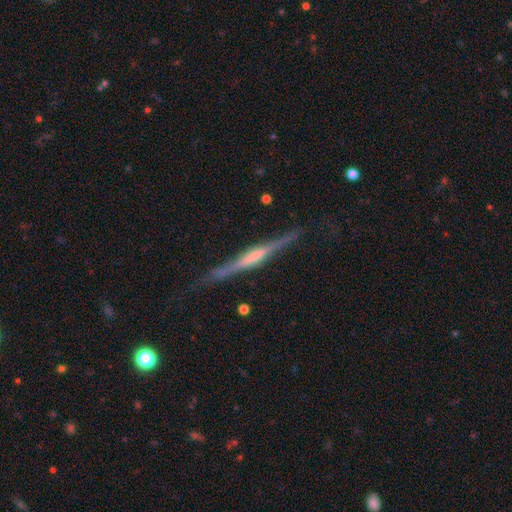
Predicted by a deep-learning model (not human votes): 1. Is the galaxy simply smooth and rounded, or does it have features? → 78% featured or disk, 16% smooth, 6% star or artifact.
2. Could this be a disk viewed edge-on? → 98% yes, 2% no.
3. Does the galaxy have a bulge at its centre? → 45% rounded, 31% boxy, 24% none.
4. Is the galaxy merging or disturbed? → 83% none, 12% minor disturbance, 3% major disturbance, 1% merger.